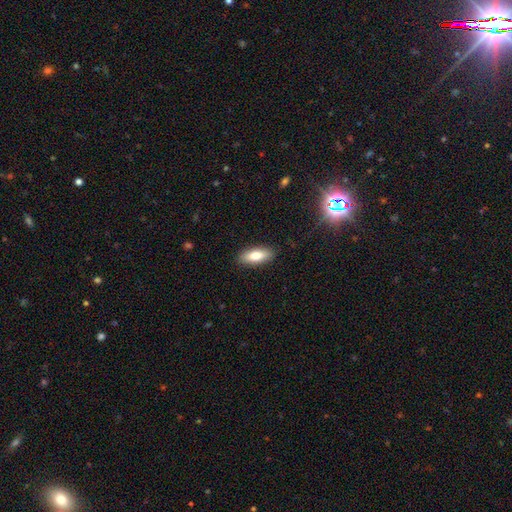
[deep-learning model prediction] Smooth or featured: smooth — 78% (featured or disk — 15%)
How rounded: in between — 74% (cigar-shaped — 24%)
Merging: none — 89% (minor disturbance — 8%)